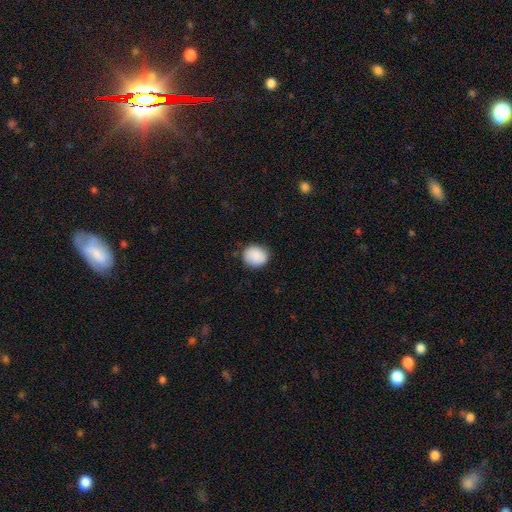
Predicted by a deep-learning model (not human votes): Smooth or featured: smooth — 88% (star or artifact — 7%)
How rounded: round — 71% (in between — 28%)
Merging: none — 83% (minor disturbance — 13%)